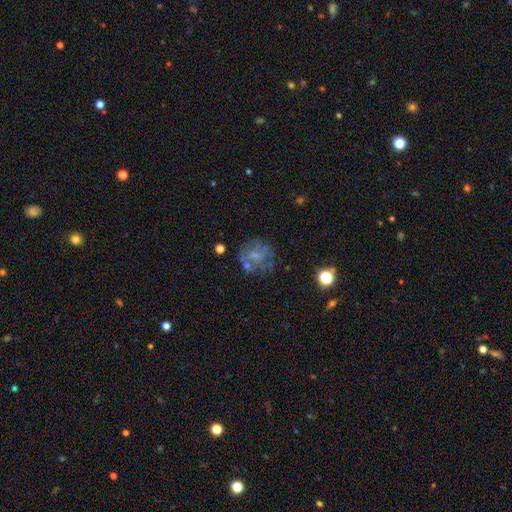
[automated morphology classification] featured or disk 52%, smooth 33%, star or artifact 15%. Down the decision tree: edge-on disk — no (98%); bar — no (68%); spiral arms — no (71%); bulge size — none (46%); merging — none (53%).